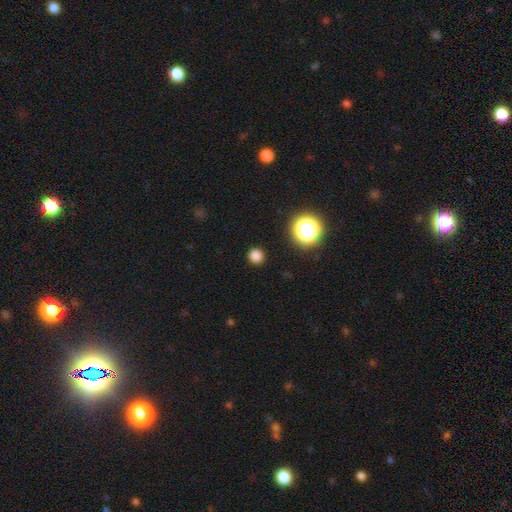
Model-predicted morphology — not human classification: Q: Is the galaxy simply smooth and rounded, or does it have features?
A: smooth — 79%.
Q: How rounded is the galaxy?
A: round — 94%.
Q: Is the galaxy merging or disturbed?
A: none — 91%.